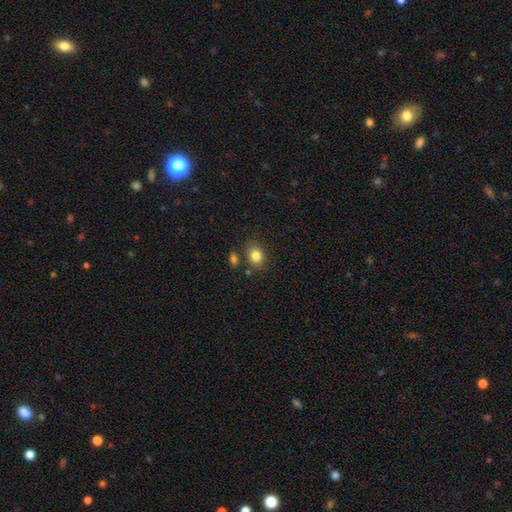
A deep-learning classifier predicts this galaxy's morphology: Q: Smooth or featured?
A: smooth (82%); runner-up: star or artifact (11%)
Q: How rounded?
A: round (50%); runner-up: in between (49%)
Q: Merging?
A: none (77%); runner-up: minor disturbance (12%)